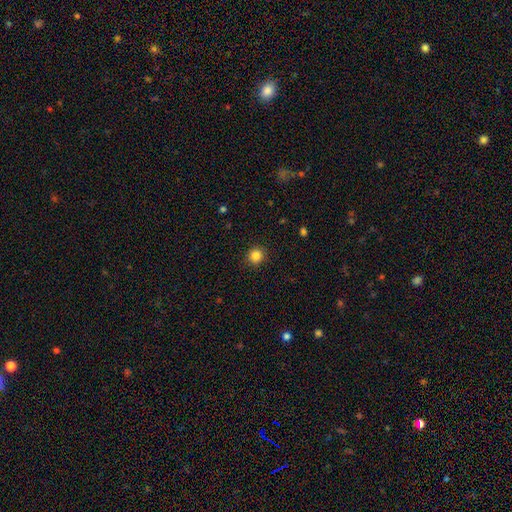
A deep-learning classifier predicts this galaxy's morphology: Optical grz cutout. It shows a smooth galaxy with no disk features (85%) that is round (91%). Merging: none (91%).